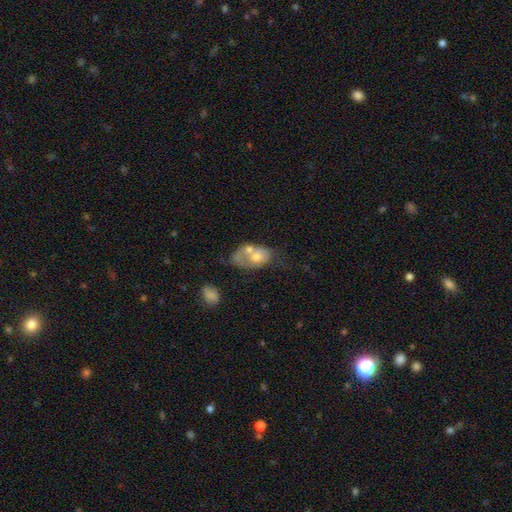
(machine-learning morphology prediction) Smooth or featured? smooth (56%)
How rounded? in between (82%)
Merging? merger (49%)